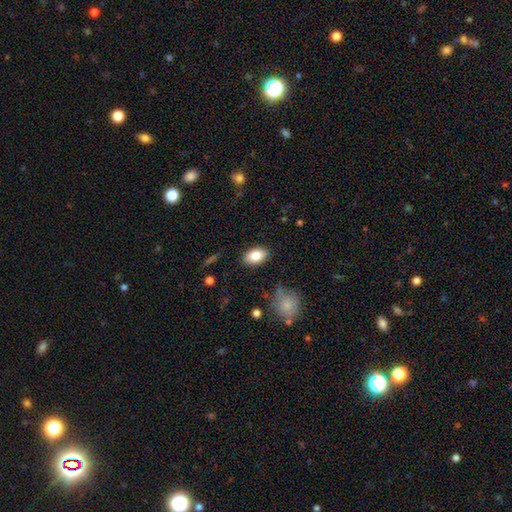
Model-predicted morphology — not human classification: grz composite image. It shows a smooth galaxy with no disk features (84%) that is in between round and cigar-shaped (91%). Merging: none (86%).